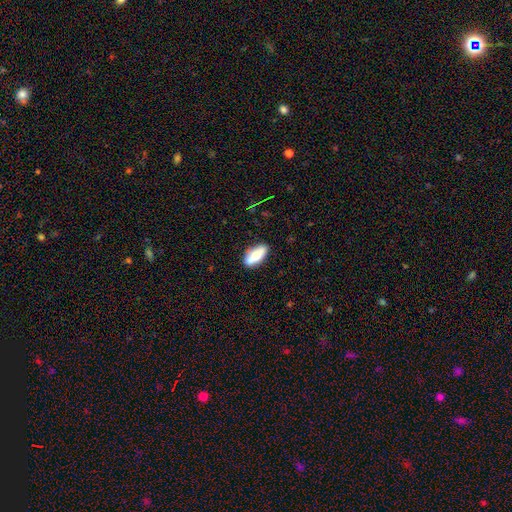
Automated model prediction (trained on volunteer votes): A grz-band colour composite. It shows a smooth galaxy with no disk features (74%) that is in between round and cigar-shaped (83%). Merging: none (74%).